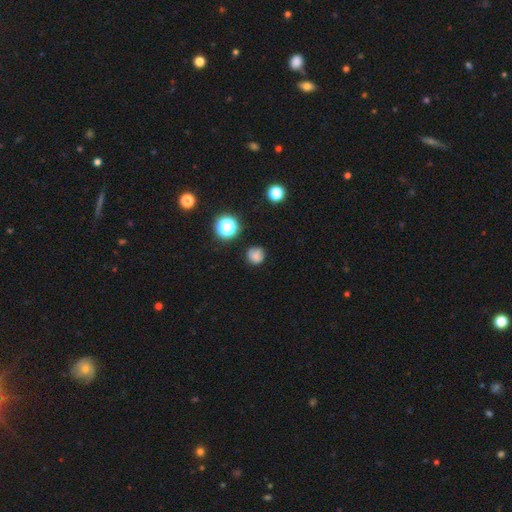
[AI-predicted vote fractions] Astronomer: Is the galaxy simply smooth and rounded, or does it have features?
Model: smooth — 76%.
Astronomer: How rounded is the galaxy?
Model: round — 90%.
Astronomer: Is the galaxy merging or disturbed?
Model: none — 77%.